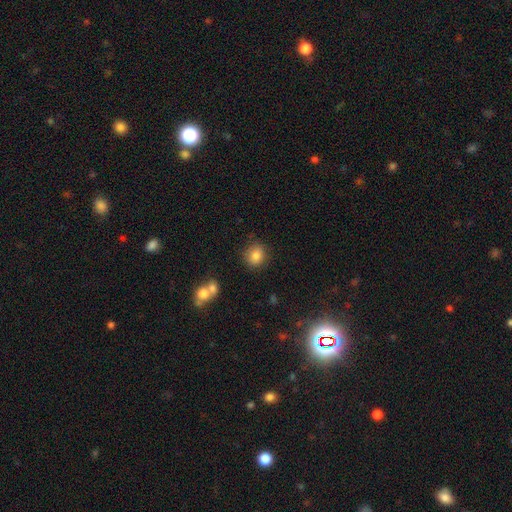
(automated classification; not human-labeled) smooth_or_featured: smooth (p=0.83) [alt: star or artifact p=0.10]
how_rounded: round (p=0.76) [alt: in between p=0.23]
merging: none (p=0.85) [alt: minor disturbance p=0.09]